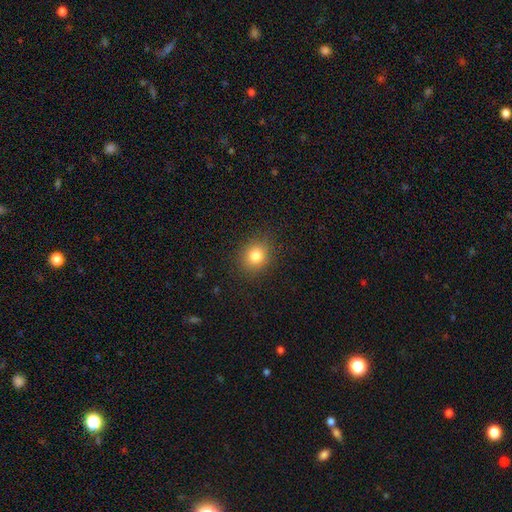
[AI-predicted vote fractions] This appears to be a smooth galaxy with no disk features (81%) that is round (71%). Merging: none (87%).